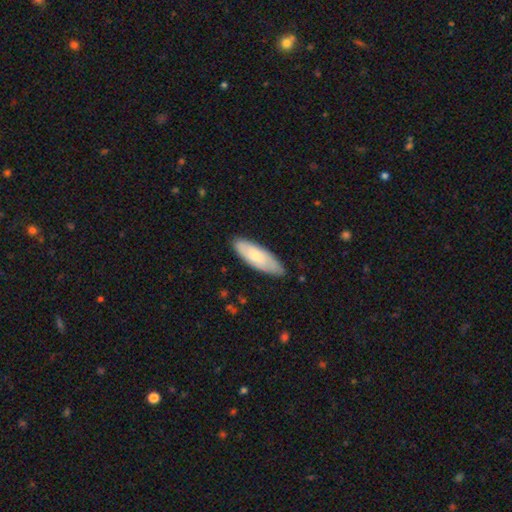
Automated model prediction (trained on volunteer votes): smooth 70%, featured or disk 25%, star or artifact 5%. Down the decision tree: how rounded — in between (59%); merging — none (79%).